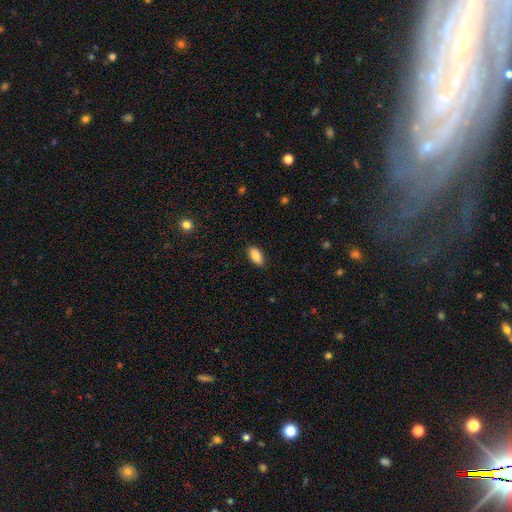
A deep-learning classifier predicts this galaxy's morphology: smooth-or-featured: smooth: 88% | star or artifact: 7% | featured or disk: 5%
  how-rounded: in between: 92% | cigar-shaped: 6% | round: 2%
  merging: none: 88% | minor disturbance: 9% | major disturbance: 2% | merger: 1%